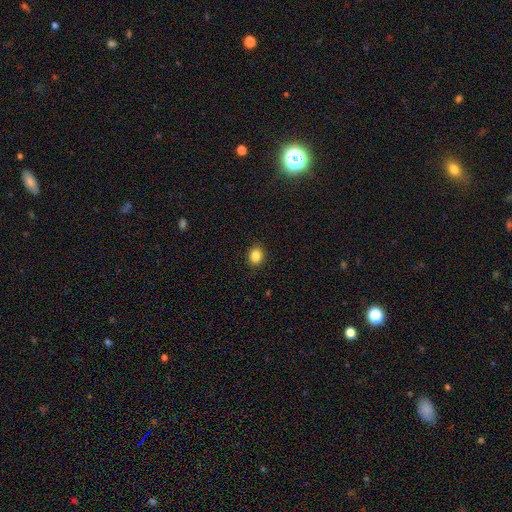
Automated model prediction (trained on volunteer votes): Morphology: type=smooth (86%); roundness=round (63%); merging=none (89%).